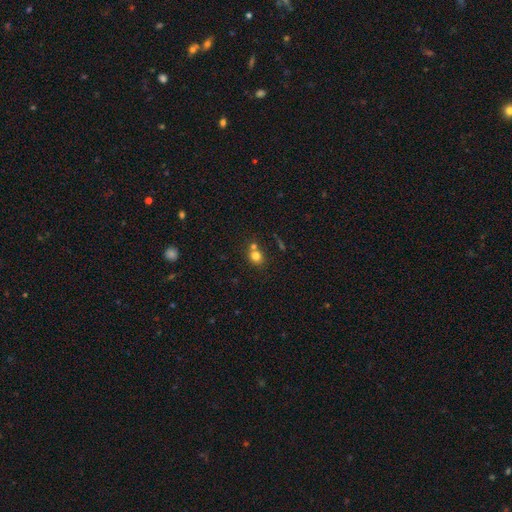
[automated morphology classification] type=smooth (77%); roundness=round (77%); merging=none (54%).